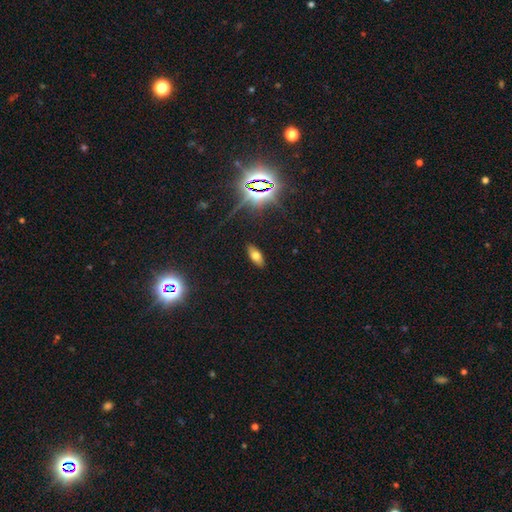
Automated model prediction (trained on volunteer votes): Smooth or featured? smooth (64%)
How rounded? in between (84%)
Merging? none (89%)